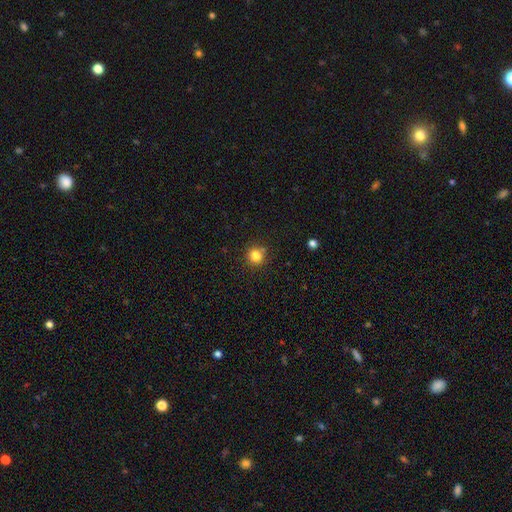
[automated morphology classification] smooth 81%, star or artifact 13%, featured or disk 6%. Down the decision tree: how rounded — round (92%); merging — none (82%).